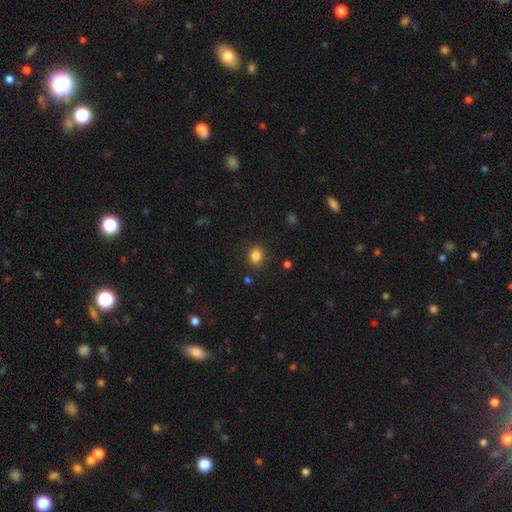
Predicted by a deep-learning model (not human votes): Smooth or featured? Predicted: smooth (p=0.84). How rounded? Predicted: round (p=0.59). Merging? Predicted: none (p=0.85).